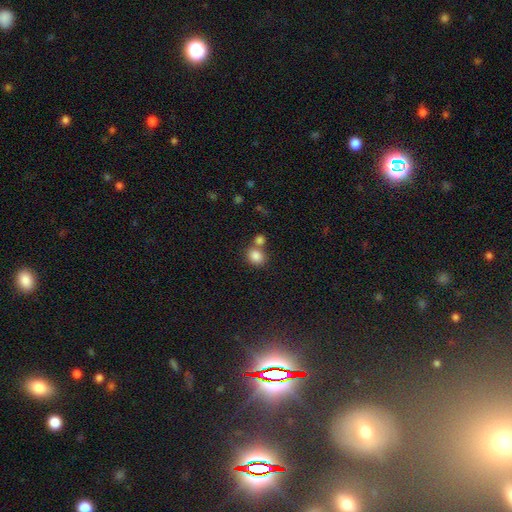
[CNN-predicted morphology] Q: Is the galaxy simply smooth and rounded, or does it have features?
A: smooth — 84%.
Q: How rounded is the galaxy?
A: round — 56%.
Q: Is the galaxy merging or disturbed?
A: none — 52%.